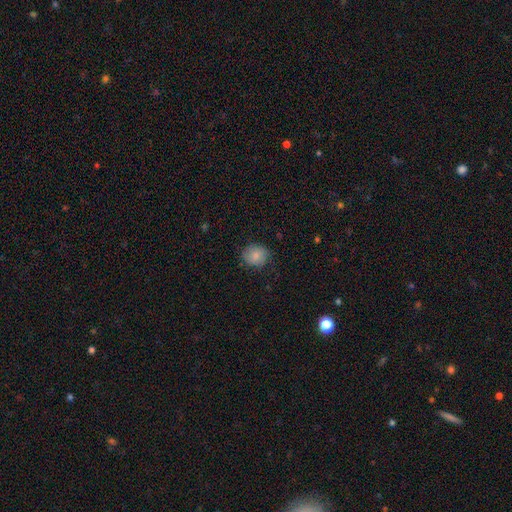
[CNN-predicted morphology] A smooth galaxy with no disk features (81%) that is round (73%). Merging: none (76%).